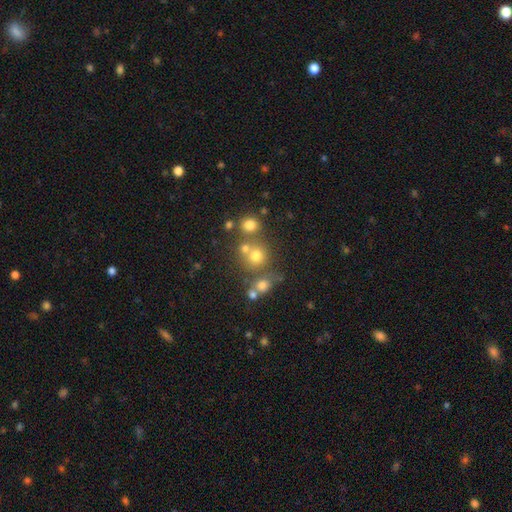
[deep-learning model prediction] Smooth or featured? smooth (67%)
How rounded? round (87%)
Merging? none (59%)